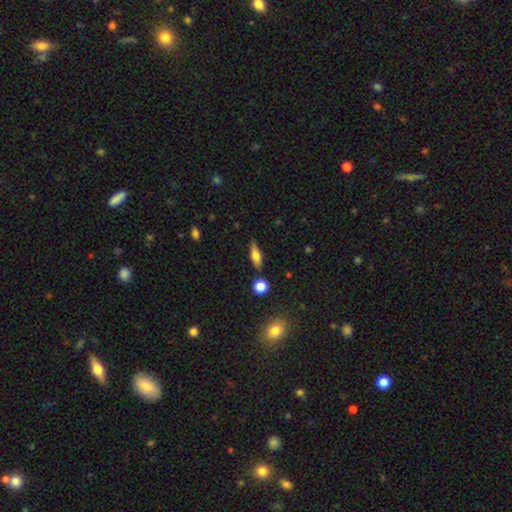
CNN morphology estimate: Smooth or featured?
  - smooth: 66% *
  - featured or disk: 25%
  - star or artifact: 9%
How rounded?
  - in between: 61% *
  - cigar-shaped: 34%
  - round: 5%
Merging?
  - none: 77% *
  - minor disturbance: 15%
  - merger: 4%
  - major disturbance: 4%